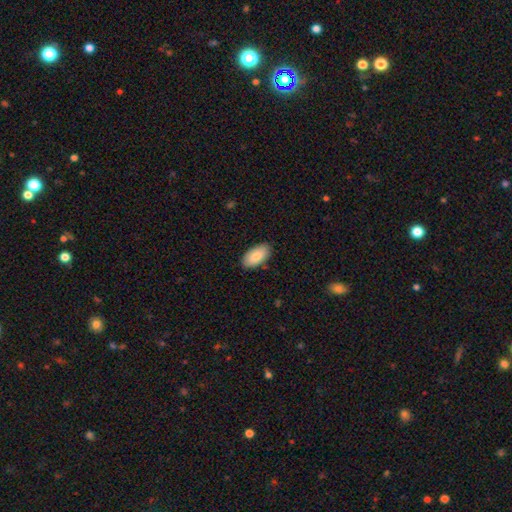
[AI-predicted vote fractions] The model was most divided on "merging": none: 87%, minor disturbance: 10%, major disturbance: 2%, merger: 1%. More confident: how rounded — in between (95%); smooth or featured — smooth (86%).